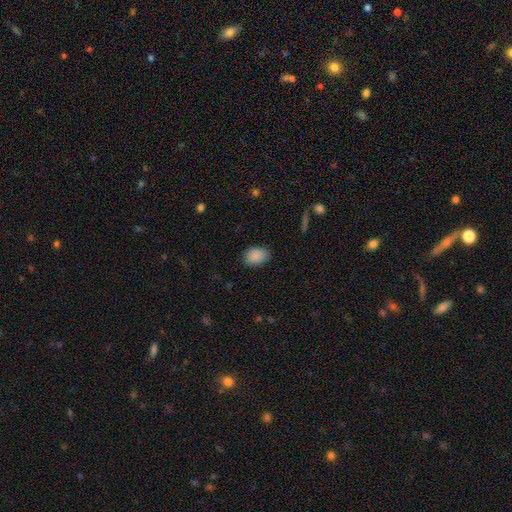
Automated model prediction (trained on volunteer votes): smooth_or_featured: smooth (p=0.89) [alt: star or artifact p=0.08]
how_rounded: in between (p=0.79) [alt: round p=0.20]
merging: none (p=0.81) [alt: minor disturbance p=0.15]